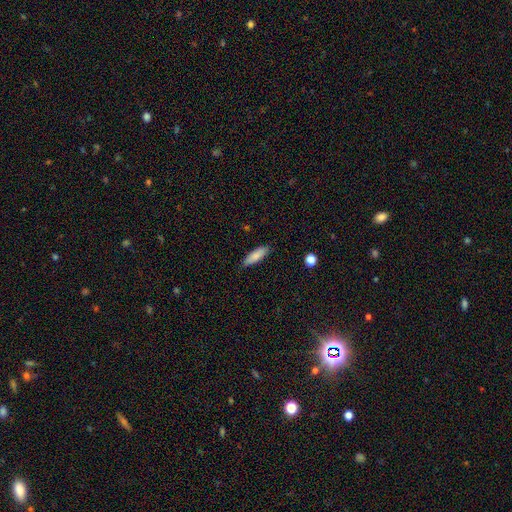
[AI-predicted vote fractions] A smooth galaxy with no disk features (83%) that is cigar-shaped (54%). Merging: none (84%).